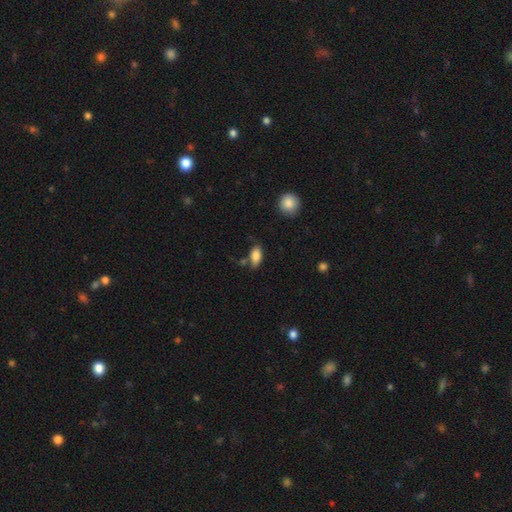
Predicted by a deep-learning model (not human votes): Smooth or featured? Predicted: smooth (p=0.85). How rounded? Predicted: in between (p=0.90). Merging? Predicted: none (p=0.71).